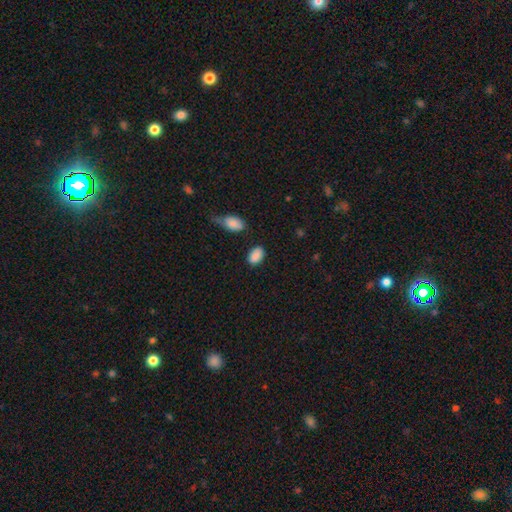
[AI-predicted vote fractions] Overall: smooth (87%). How rounded: in between (88%). Merging: none (75%).